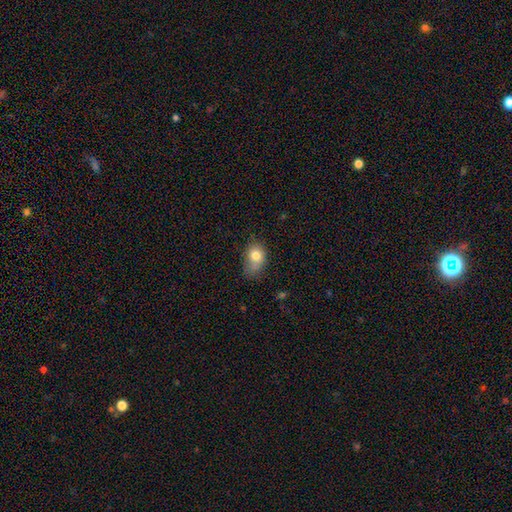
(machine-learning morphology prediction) Smooth or featured: smooth — 78% (featured or disk — 12%)
How rounded: in between — 68% (round — 31%)
Merging: none — 40% (minor disturbance — 37%)